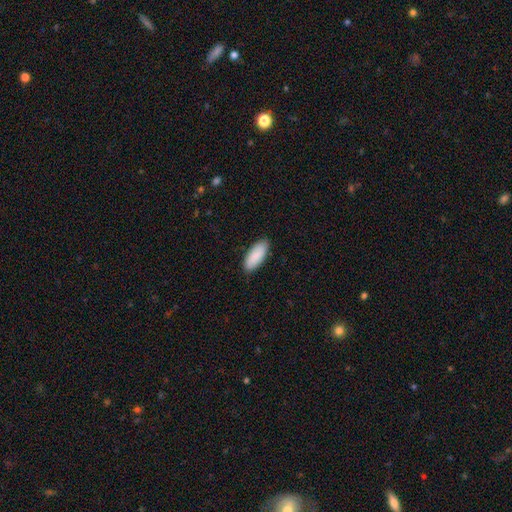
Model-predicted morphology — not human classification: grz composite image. It shows a smooth galaxy with no disk features (90%) that is in between round and cigar-shaped (83%). Merging: none (88%).